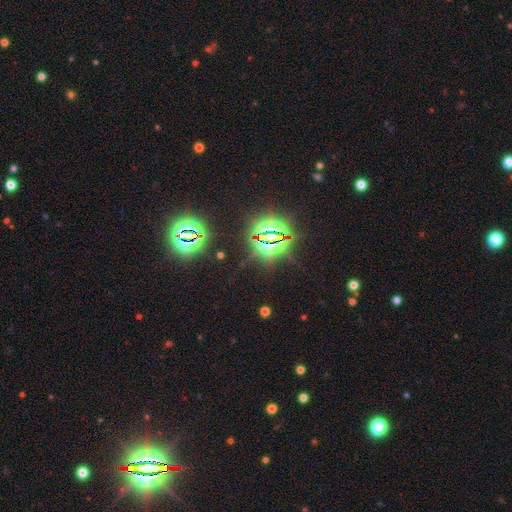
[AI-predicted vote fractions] star or artifact 84%, smooth 9%, featured or disk 6%.